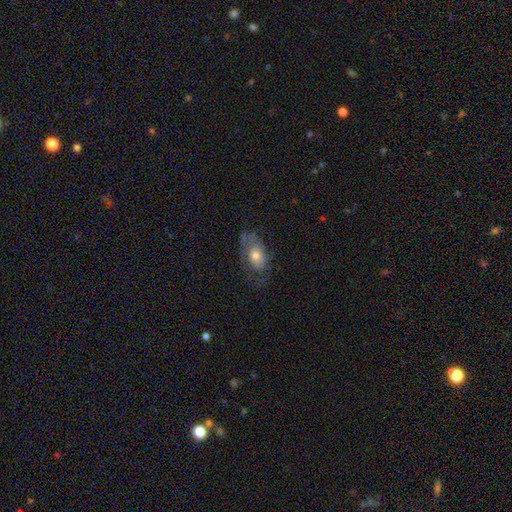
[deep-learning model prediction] Smooth or featured?
  - smooth: 50% *
  - featured or disk: 42%
  - star or artifact: 8%
Merging?
  - none: 47% *
  - minor disturbance: 27%
  - major disturbance: 24%
  - merger: 2%